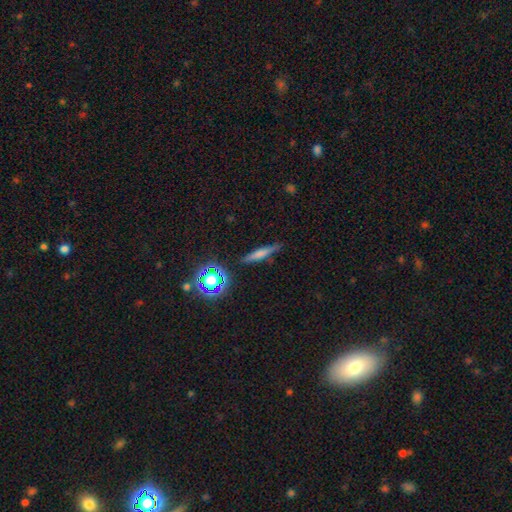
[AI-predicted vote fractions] Q: Smooth or featured?
A: smooth (49%); runner-up: featured or disk (35%)
Q: Merging?
A: none (85%); runner-up: minor disturbance (10%)